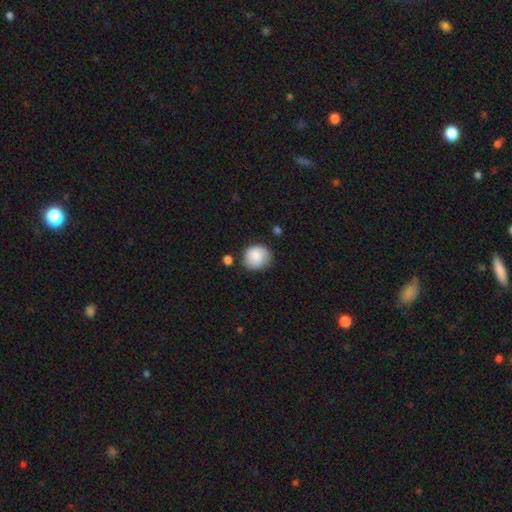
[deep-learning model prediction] A smooth galaxy with no disk features (84%) that is round (83%).

Vote fractions:
- Smooth or featured? smooth: 84% / featured or disk: 9% / star or artifact: 7%
- How rounded? round: 83% / in between: 16% / cigar-shaped: 1%
- Merging? none: 70% / minor disturbance: 21% / merger: 4% / major disturbance: 4%